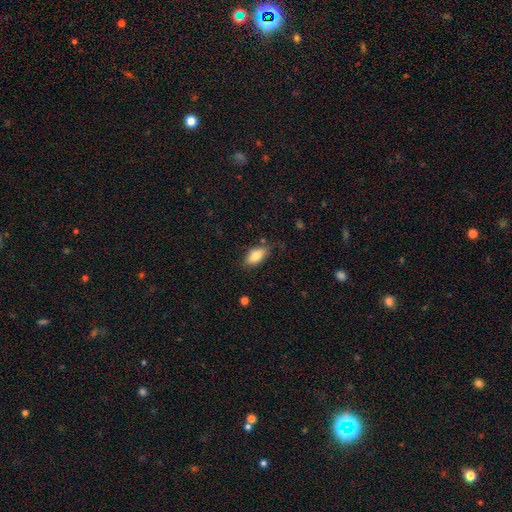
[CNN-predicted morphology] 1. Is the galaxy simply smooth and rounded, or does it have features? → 82% smooth, 11% featured or disk, 7% star or artifact.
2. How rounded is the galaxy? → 87% in between, 9% cigar-shaped, 4% round.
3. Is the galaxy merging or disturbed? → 77% none, 17% minor disturbance, 4% major disturbance, 2% merger.